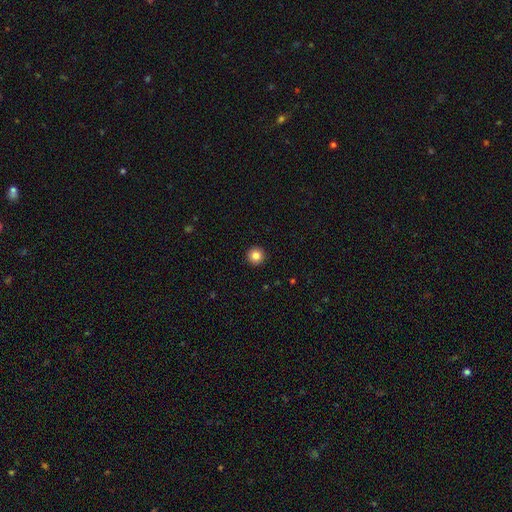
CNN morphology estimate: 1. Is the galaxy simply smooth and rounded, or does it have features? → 85% smooth, 10% star or artifact, 5% featured or disk.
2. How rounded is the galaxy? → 96% round, 3% in between, 1% cigar-shaped.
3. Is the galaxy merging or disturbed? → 94% none, 4% minor disturbance, 1% major disturbance, 1% merger.